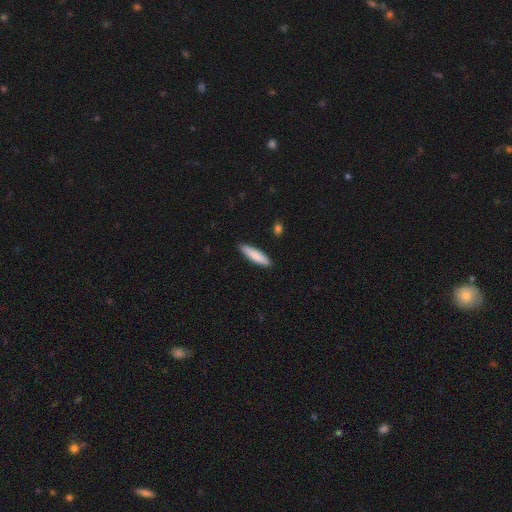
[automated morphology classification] smooth-or-featured: smooth: 85% | featured or disk: 10% | star or artifact: 5%
  how-rounded: cigar-shaped: 76% | in between: 23% | round: 1%
  merging: none: 89% | minor disturbance: 8% | major disturbance: 2% | merger: 1%